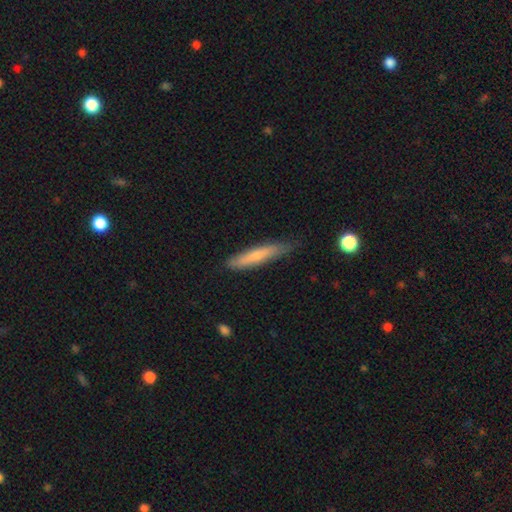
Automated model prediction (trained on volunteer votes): The model was most divided on "smooth or featured": smooth: 68%, featured or disk: 26%, star or artifact: 6%. More confident: how rounded — cigar-shaped (90%); merging — none (76%).